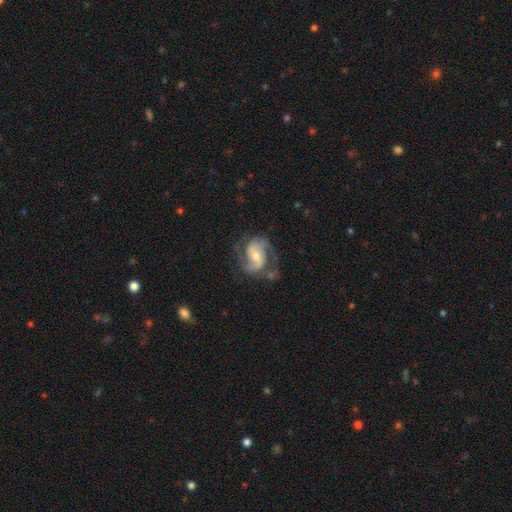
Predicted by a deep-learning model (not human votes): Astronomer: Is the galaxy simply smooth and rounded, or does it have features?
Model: featured or disk — 86%.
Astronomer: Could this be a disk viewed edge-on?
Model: no — 98%.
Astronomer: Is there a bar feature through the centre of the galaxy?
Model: weak — 46% (runner-up: no, 33%).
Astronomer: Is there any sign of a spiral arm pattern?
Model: yes — 96%.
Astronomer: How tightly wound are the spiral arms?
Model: medium — 55%.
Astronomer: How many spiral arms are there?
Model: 2 — 86%.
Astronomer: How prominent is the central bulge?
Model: moderate — 52% (runner-up: small, 40%).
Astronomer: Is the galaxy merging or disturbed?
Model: none — 65%.